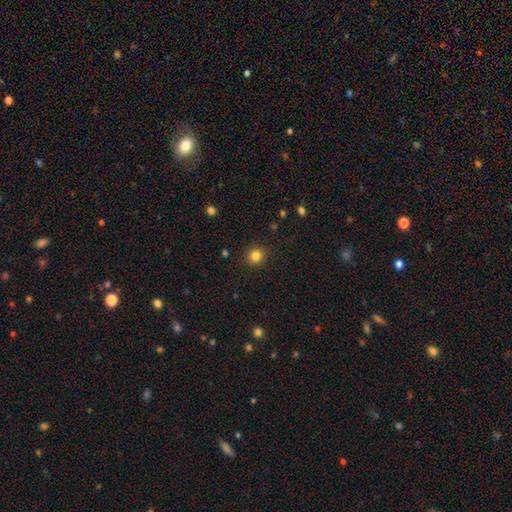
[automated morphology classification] A smooth galaxy with no disk features (83%) that is round (89%).

Vote fractions:
- Smooth or featured? smooth: 83% / star or artifact: 12% / featured or disk: 5%
- How rounded? round: 89% / in between: 11% / cigar-shaped: 1%
- Merging? none: 91% / minor disturbance: 6% / major disturbance: 2% / merger: 1%